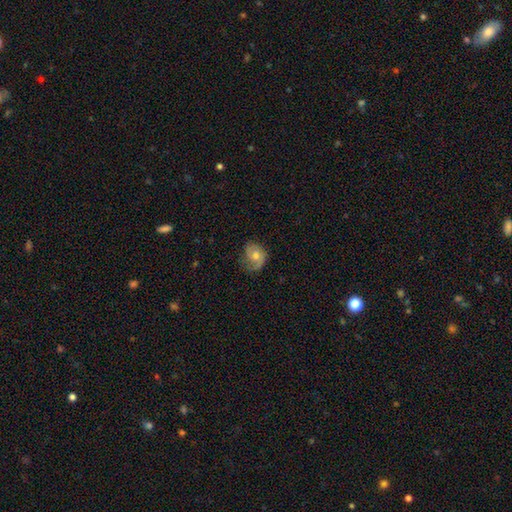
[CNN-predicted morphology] Q: Smooth or featured?
A: featured or disk (48%); runner-up: smooth (44%)
Q: Merging?
A: none (57%); runner-up: minor disturbance (27%)